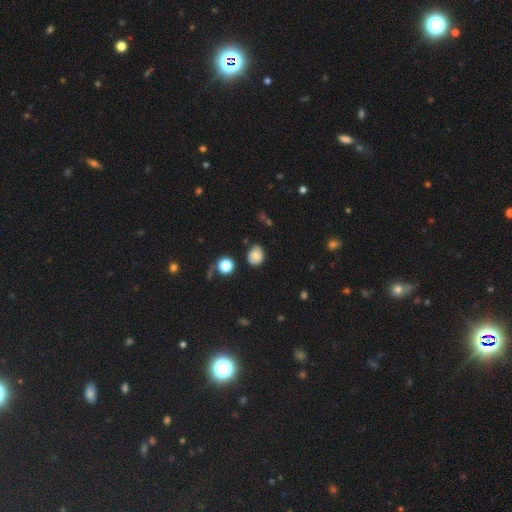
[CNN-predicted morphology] This is likely a smooth galaxy (77%). How rounded: likely round (61%). Merging: likely none (77%).